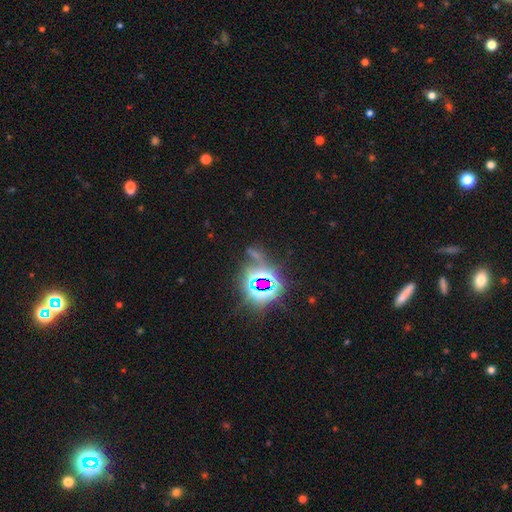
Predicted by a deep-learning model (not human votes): Q: Smooth or featured?
A: star or artifact (79%); runner-up: smooth (12%)